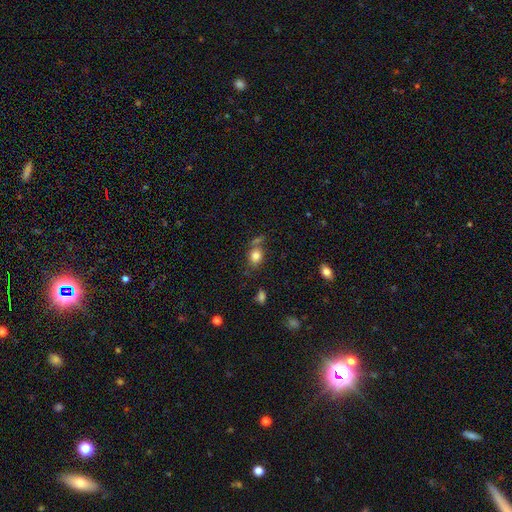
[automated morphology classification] A smooth galaxy with no disk features (81%) that is in between round and cigar-shaped (51%). Merging: none (59%).